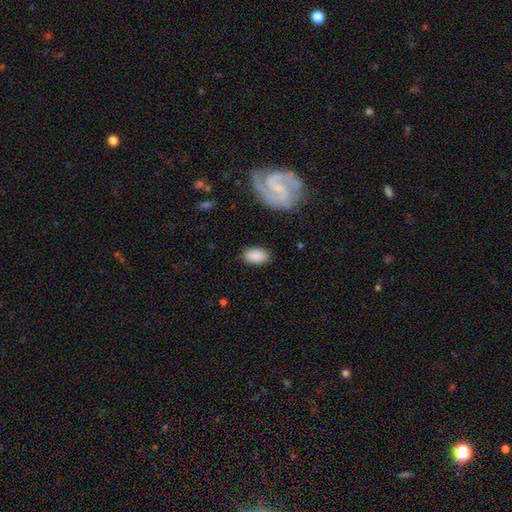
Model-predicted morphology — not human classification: Smooth or featured? Predicted: smooth (p=0.86). How rounded? Predicted: in between (p=0.92). Merging? Predicted: none (p=0.83).